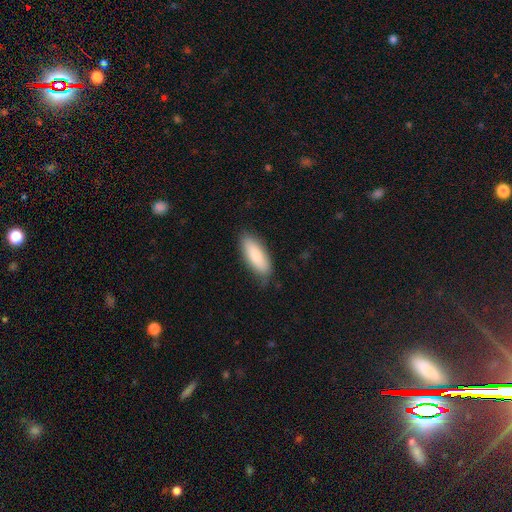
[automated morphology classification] smooth-or-featured: smooth: 86% | featured or disk: 9% | star or artifact: 5%
  how-rounded: in between: 70% | cigar-shaped: 29% | round: 2%
  merging: none: 78% | minor disturbance: 18% | major disturbance: 3% | merger: 1%